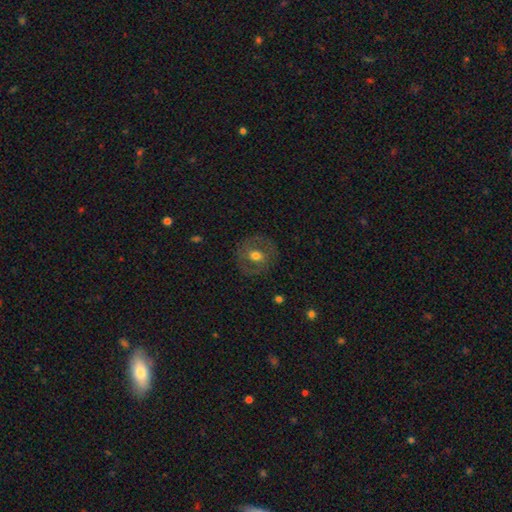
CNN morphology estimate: Smooth or featured?
  - smooth: 49% *
  - featured or disk: 43%
  - star or artifact: 9%
Merging?
  - none: 83% *
  - minor disturbance: 11%
  - major disturbance: 5%
  - merger: 1%